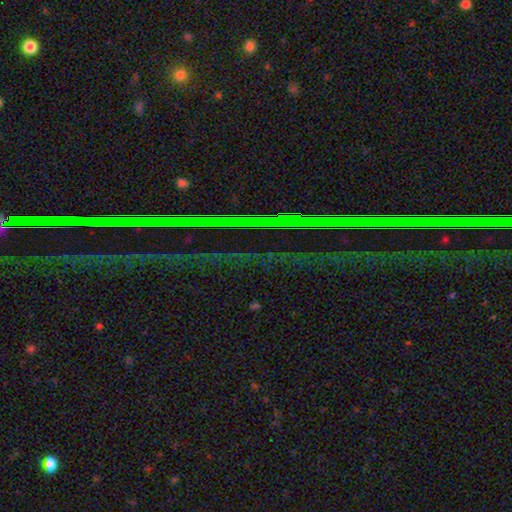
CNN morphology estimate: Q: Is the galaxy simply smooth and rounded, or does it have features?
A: star or artifact — 84%.